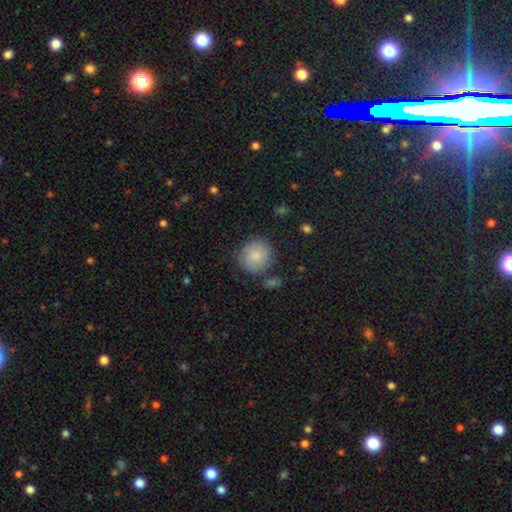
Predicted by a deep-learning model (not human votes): The model was most divided on "merging": none: 74%, minor disturbance: 16%, major disturbance: 5%, merger: 5%. More confident: how rounded — round (90%); smooth or featured — smooth (82%).